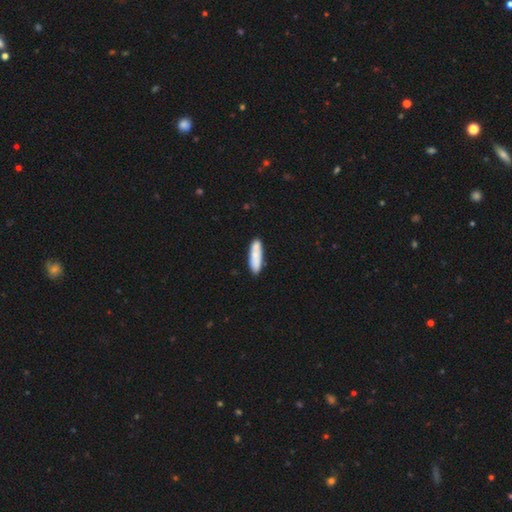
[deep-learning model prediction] smooth_or_featured: smooth (p=0.77) [alt: featured or disk p=0.17]
how_rounded: cigar-shaped (p=0.57) [alt: in between p=0.41]
merging: none (p=0.80) [alt: minor disturbance p=0.13]